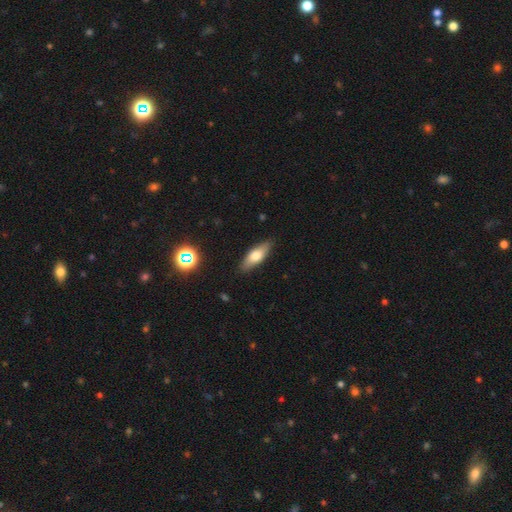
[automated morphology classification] A smooth galaxy with no disk features (65%) that is in between round and cigar-shaped (61%).

Vote fractions:
- Smooth or featured? smooth: 65% / featured or disk: 28% / star or artifact: 7%
- How rounded? in between: 61% / cigar-shaped: 36% / round: 3%
- Merging? none: 87% / minor disturbance: 10% / major disturbance: 2% / merger: 1%